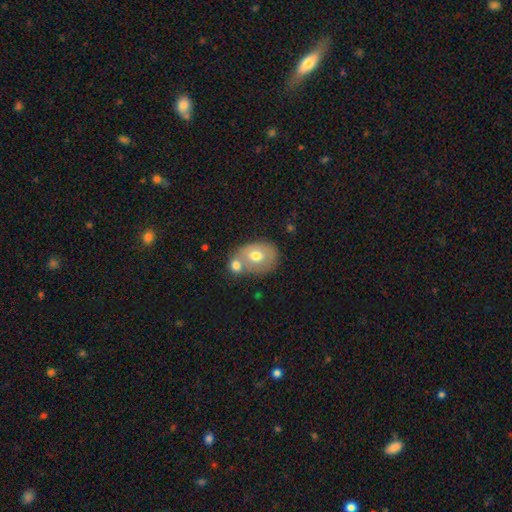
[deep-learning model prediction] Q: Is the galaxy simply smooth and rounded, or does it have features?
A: smooth — 65%.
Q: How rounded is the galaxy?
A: in between — 54%.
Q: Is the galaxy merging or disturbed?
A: merger — 47%.